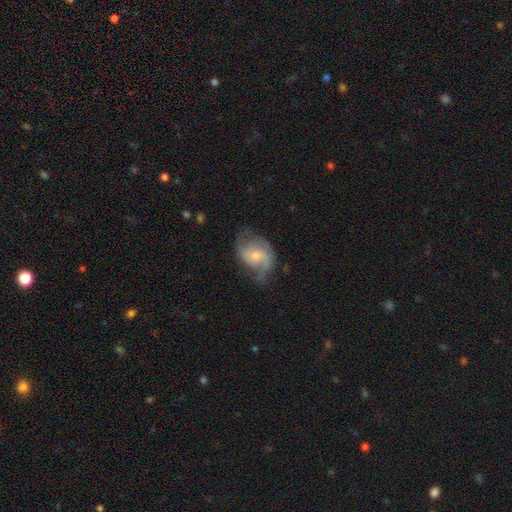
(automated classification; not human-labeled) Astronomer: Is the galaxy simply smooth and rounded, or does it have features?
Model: featured or disk — 77%.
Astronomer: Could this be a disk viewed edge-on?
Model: no — 97%.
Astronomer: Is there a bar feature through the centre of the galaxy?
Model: no — 61%.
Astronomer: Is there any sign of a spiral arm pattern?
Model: yes — 93%.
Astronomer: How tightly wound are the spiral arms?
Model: medium — 47% (runner-up: loose, 31%).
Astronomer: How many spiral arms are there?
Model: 2 — 64%.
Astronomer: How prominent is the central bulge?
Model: small — 54% (runner-up: moderate, 40%).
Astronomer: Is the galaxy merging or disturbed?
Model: none — 57%.